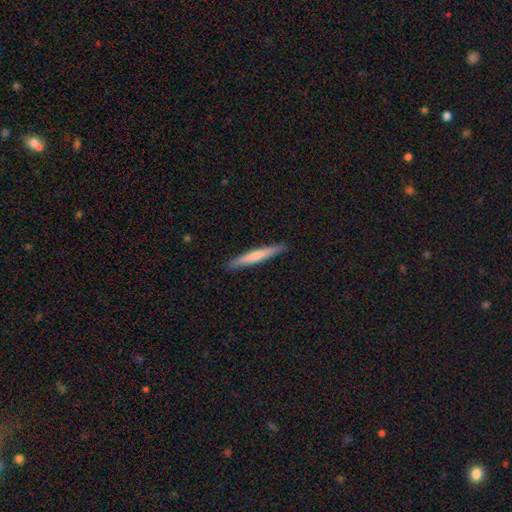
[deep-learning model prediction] Smooth or featured?
  - smooth: 63% *
  - featured or disk: 33%
  - star or artifact: 5%
How rounded?
  - cigar-shaped: 96% *
  - in between: 3%
  - round: 1%
Merging?
  - none: 91% *
  - minor disturbance: 6%
  - major disturbance: 1%
  - merger: 1%